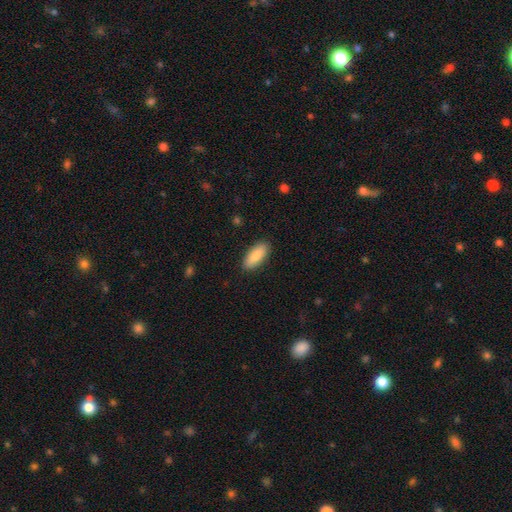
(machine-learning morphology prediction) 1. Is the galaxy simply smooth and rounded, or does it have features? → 86% smooth, 8% featured or disk, 6% star or artifact.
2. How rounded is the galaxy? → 83% in between, 16% cigar-shaped, 2% round.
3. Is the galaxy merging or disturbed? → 89% none, 8% minor disturbance, 2% major disturbance, 1% merger.